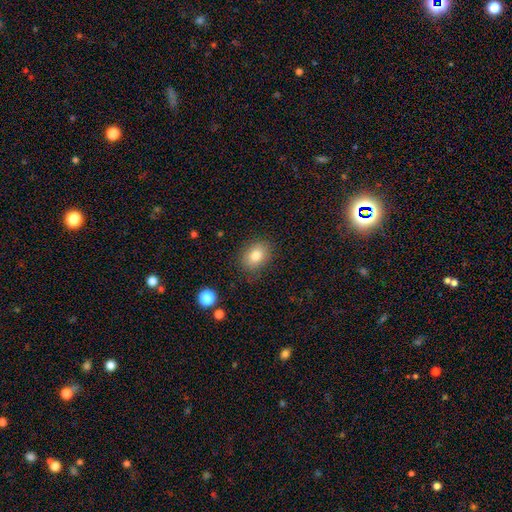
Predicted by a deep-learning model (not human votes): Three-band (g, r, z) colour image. It shows a smooth galaxy with no disk features (81%) that is in between round and cigar-shaped (67%). Merging: none (82%).